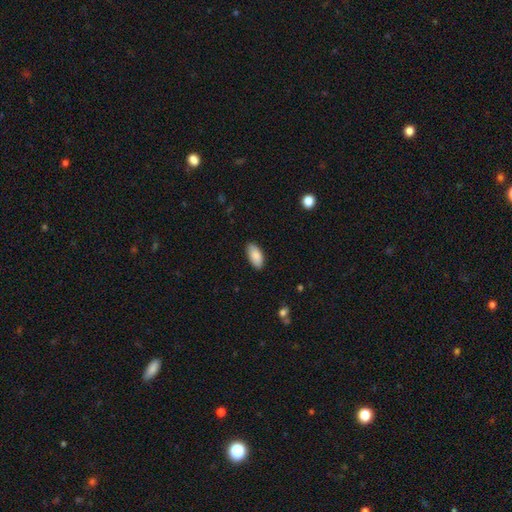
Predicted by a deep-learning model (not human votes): Morphology: type=smooth (88%); roundness=in between (92%); merging=none (87%).